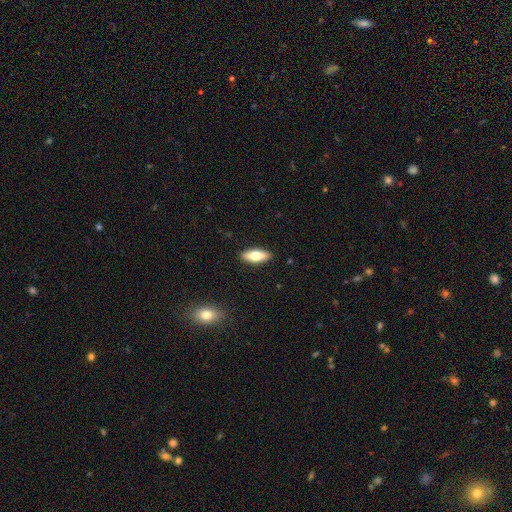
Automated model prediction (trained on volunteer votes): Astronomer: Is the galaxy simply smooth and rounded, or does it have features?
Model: smooth — 68%.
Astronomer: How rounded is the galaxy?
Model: in between — 70%.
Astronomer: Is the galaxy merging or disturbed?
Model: none — 90%.